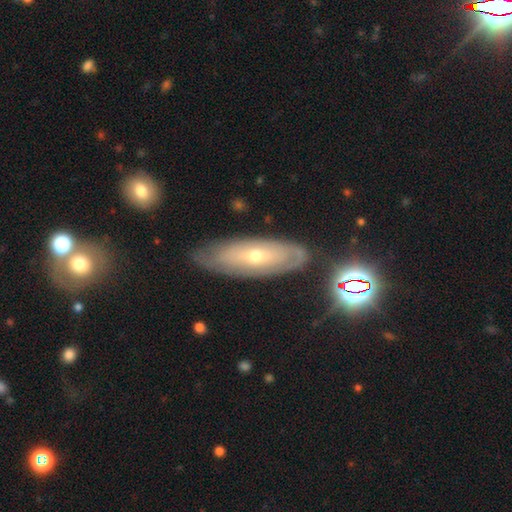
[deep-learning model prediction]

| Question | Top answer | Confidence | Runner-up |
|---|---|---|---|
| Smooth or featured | featured or disk | 64% | smooth (26%) |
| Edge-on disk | no | 76% | yes (24%) |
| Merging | none | 77% | minor disturbance (17%) |